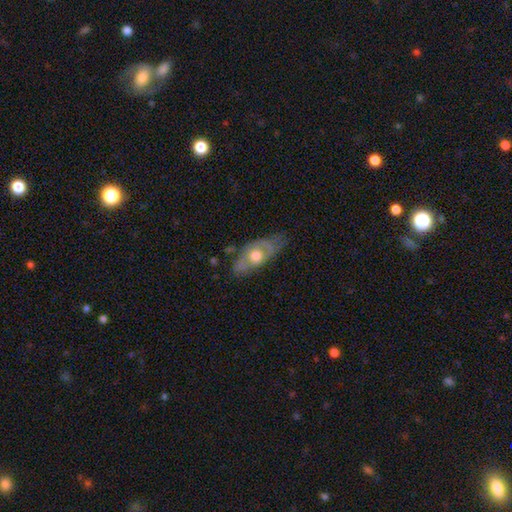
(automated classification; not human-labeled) A featured or disk galaxy (50%).

Vote fractions:
- Smooth or featured? featured or disk: 50% / smooth: 45% / star or artifact: 6%
- Merging? none: 61% / minor disturbance: 27% / major disturbance: 9% / merger: 2%